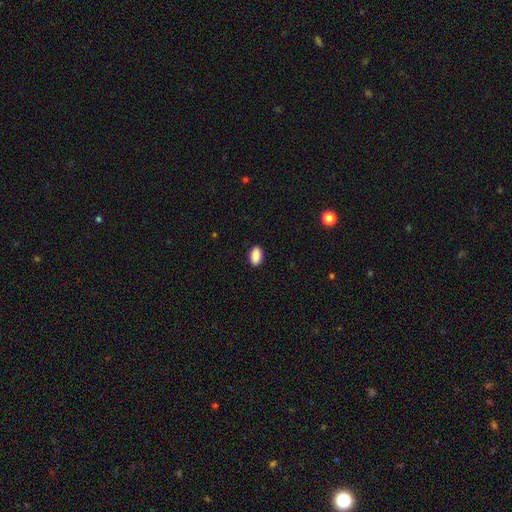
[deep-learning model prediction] The model was most divided on "merging": none: 89%, minor disturbance: 8%, major disturbance: 2%, merger: 1%. More confident: how rounded — in between (91%); smooth or featured — smooth (90%).